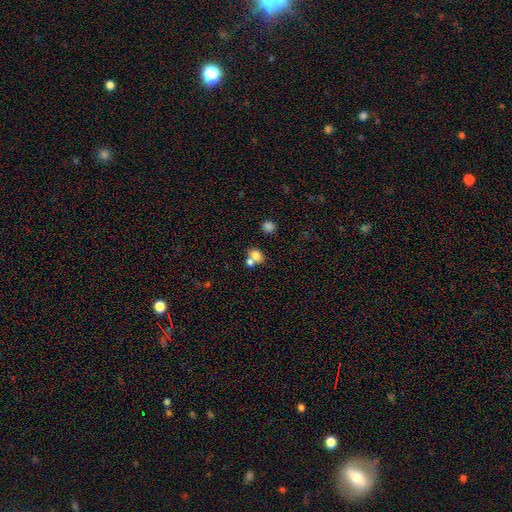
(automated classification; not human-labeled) Smooth or featured?
  - smooth: 76% *
  - featured or disk: 13%
  - star or artifact: 11%
How rounded?
  - in between: 52% *
  - round: 47%
  - cigar-shaped: 1%
Merging?
  - merger: 48% *
  - none: 40%
  - minor disturbance: 9%
  - major disturbance: 4%